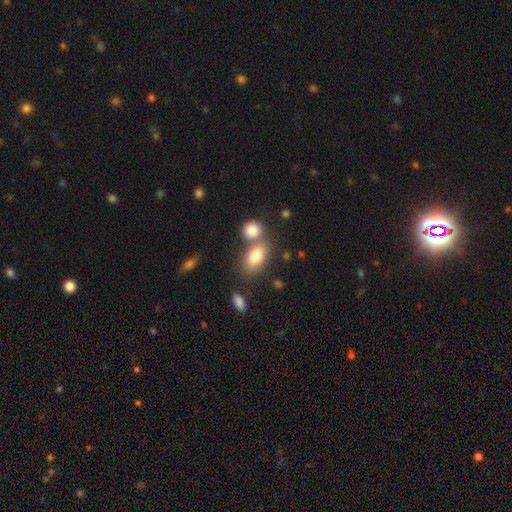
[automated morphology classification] A smooth galaxy with no disk features (81%) that is in between round and cigar-shaped (87%).

Vote fractions:
- Smooth or featured? smooth: 81% / featured or disk: 11% / star or artifact: 8%
- How rounded? in between: 87% / round: 10% / cigar-shaped: 3%
- Merging? none: 49% / merger: 35% / minor disturbance: 11% / major disturbance: 4%